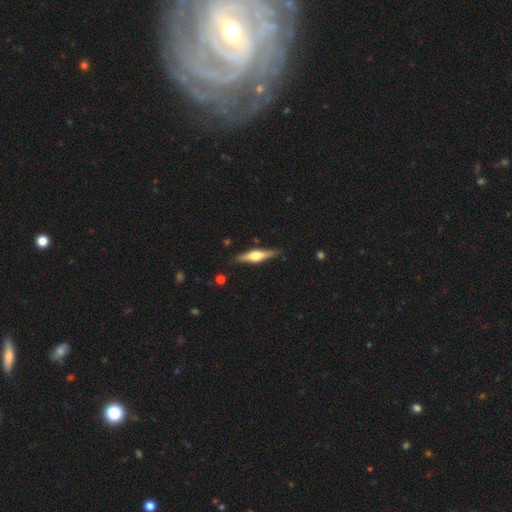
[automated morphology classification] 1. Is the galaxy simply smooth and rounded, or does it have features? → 65% featured or disk, 30% smooth, 5% star or artifact.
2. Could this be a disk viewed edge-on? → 96% yes, 4% no.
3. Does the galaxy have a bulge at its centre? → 92% rounded, 6% boxy, 2% none.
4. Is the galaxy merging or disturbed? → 87% none, 9% minor disturbance, 2% major disturbance, 2% merger.